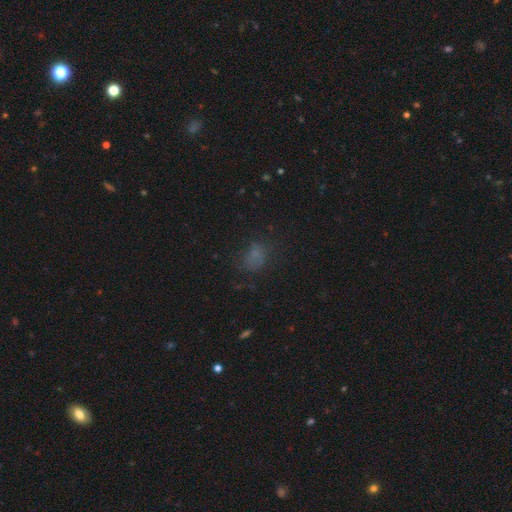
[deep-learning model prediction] smooth-or-featured: smooth: 68% | star or artifact: 21% | featured or disk: 11%
  how-rounded: in between: 63% | round: 35% | cigar-shaped: 2%
  merging: none: 60% | minor disturbance: 23% | major disturbance: 15% | merger: 2%